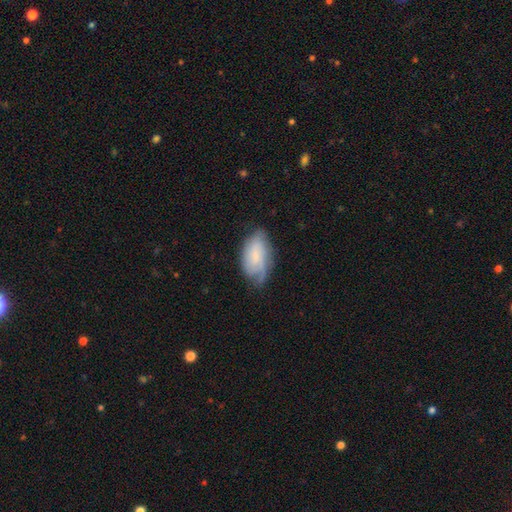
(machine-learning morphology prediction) Smooth or featured? Predicted: smooth (p=0.54). How rounded? Predicted: in between (p=0.93). Merging? Predicted: none (p=0.54).